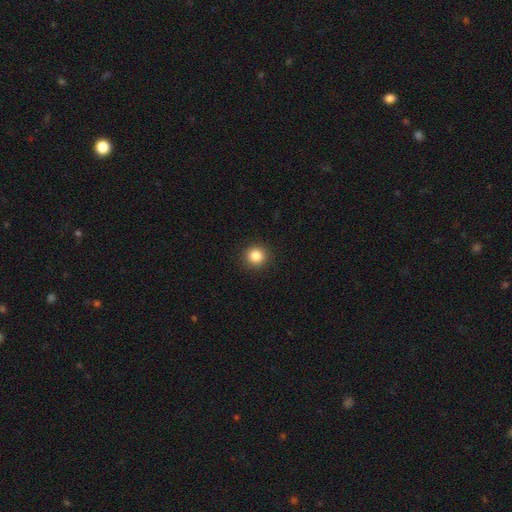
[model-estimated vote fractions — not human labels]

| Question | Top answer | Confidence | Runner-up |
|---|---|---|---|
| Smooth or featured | smooth | 85% | star or artifact (11%) |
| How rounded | round | 92% | in between (7%) |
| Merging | none | 92% | minor disturbance (5%) |